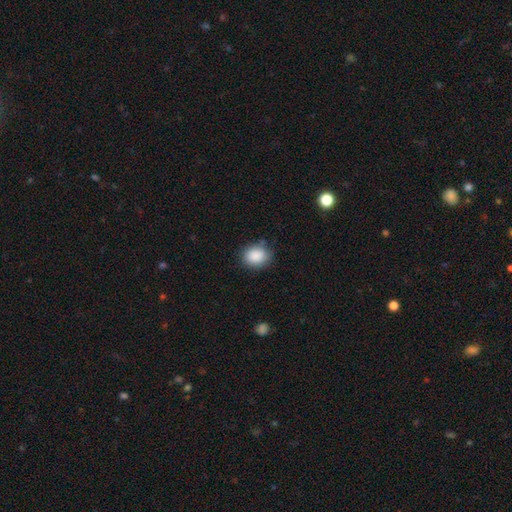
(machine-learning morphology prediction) A smooth galaxy with no disk features (88%) that is round (51%). Merging: none (79%).